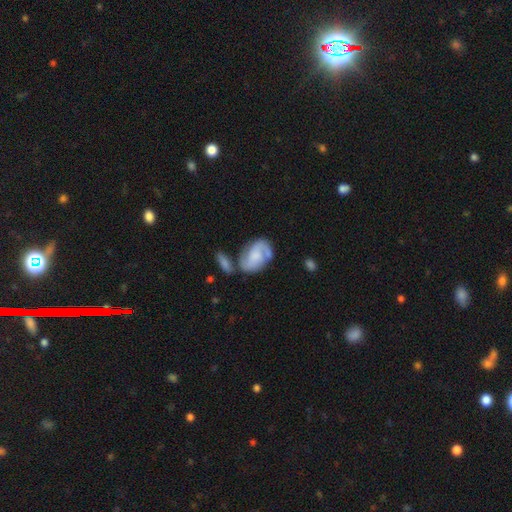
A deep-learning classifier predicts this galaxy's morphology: This is likely a featured or disk galaxy (67%). It is clearly not viewed edge-on (97%). Bar: possibly no (57%). Spiral arm pattern: clearly yes (89%). Spiral arm count: clearly 2 (82%). Spiral winding: possibly medium (46%). Central bulge: marginally none (35%). Merging: possibly none (47%).